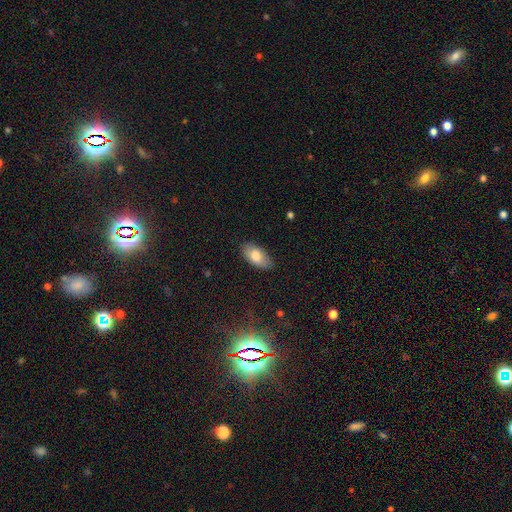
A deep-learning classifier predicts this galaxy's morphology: smooth_or_featured: smooth (p=0.79) [alt: featured or disk p=0.14]
how_rounded: in between (p=0.93) [alt: cigar-shaped p=0.04]
merging: none (p=0.85) [alt: minor disturbance p=0.12]